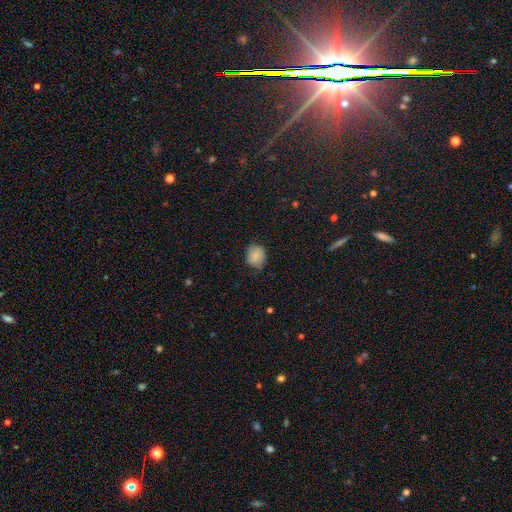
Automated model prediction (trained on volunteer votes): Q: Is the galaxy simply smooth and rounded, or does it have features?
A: smooth — 84%.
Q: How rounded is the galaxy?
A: round — 64%.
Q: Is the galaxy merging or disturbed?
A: none — 73%.